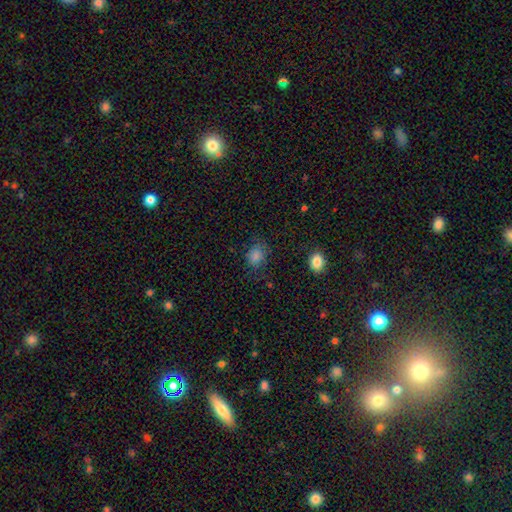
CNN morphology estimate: smooth-or-featured: smooth: 81% | star or artifact: 13% | featured or disk: 5%
  how-rounded: round: 56% | in between: 43% | cigar-shaped: 1%
  merging: none: 74% | minor disturbance: 18% | major disturbance: 6% | merger: 2%